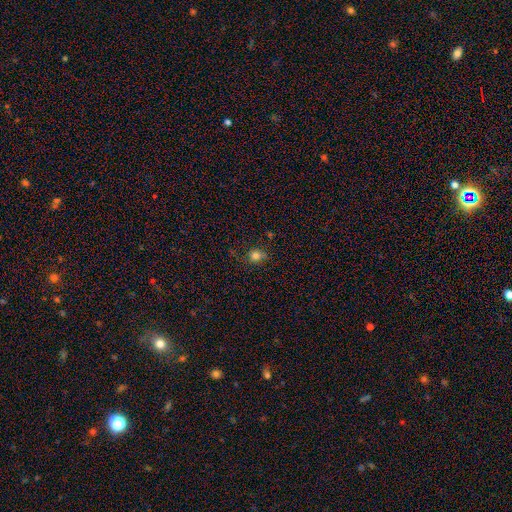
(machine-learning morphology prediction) The model was most divided on "merging": none: 73%, minor disturbance: 18%, major disturbance: 7%, merger: 2%. More confident: how rounded — round (84%); smooth or featured — smooth (78%).